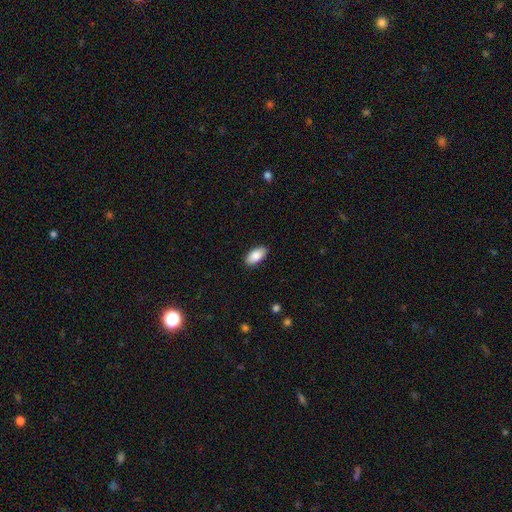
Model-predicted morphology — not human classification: Smooth or featured? Predicted: smooth (p=0.85). How rounded? Predicted: in between (p=0.93). Merging? Predicted: none (p=0.89).